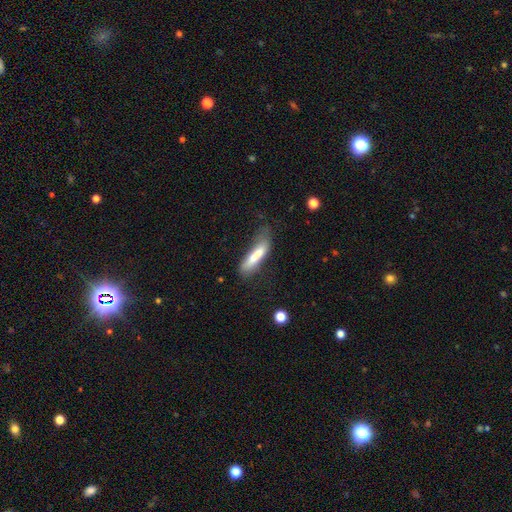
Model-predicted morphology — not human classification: smooth_or_featured: smooth (p=0.67) [alt: featured or disk p=0.26]
how_rounded: cigar-shaped (p=0.75) [alt: in between p=0.24]
merging: none (p=0.42) [alt: minor disturbance p=0.29]